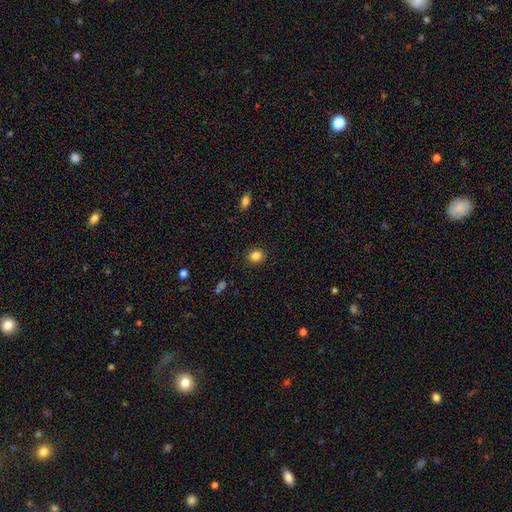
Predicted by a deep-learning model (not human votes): Overall: smooth (84%). How rounded: round (71%). Merging: none (90%).